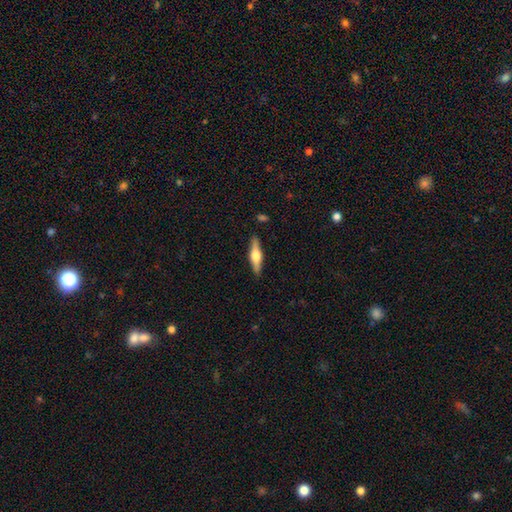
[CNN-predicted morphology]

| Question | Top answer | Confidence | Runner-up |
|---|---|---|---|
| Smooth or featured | featured or disk | 58% | smooth (36%) |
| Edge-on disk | yes | 96% | no (4%) |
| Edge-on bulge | rounded | 90% | boxy (8%) |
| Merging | none | 88% | minor disturbance (8%) |